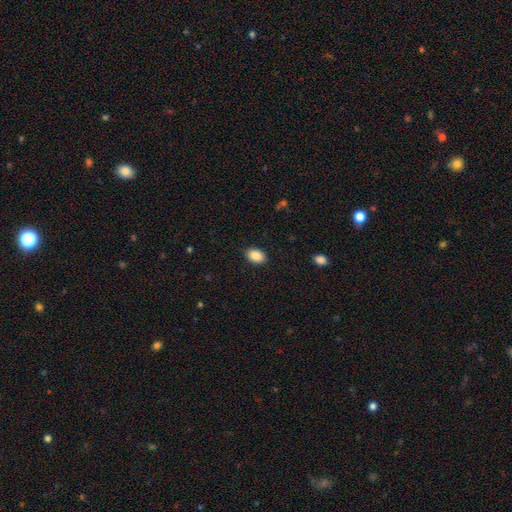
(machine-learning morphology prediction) type=smooth (89%); roundness=in between (83%); merging=none (89%).